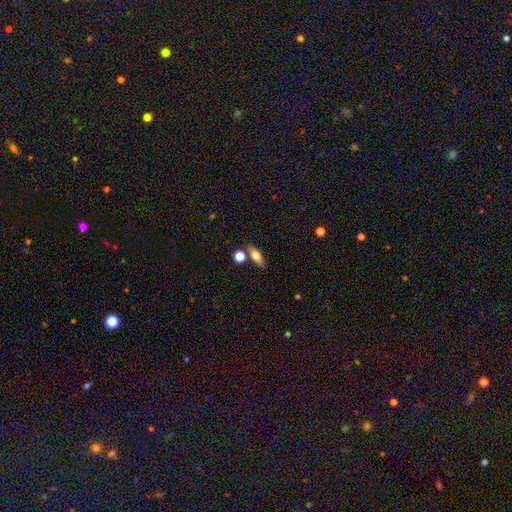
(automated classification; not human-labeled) smooth-or-featured: smooth: 67% | featured or disk: 24% | star or artifact: 9%
  how-rounded: in between: 68% | cigar-shaped: 24% | round: 8%
  merging: none: 74% | minor disturbance: 12% | merger: 10% | major disturbance: 3%